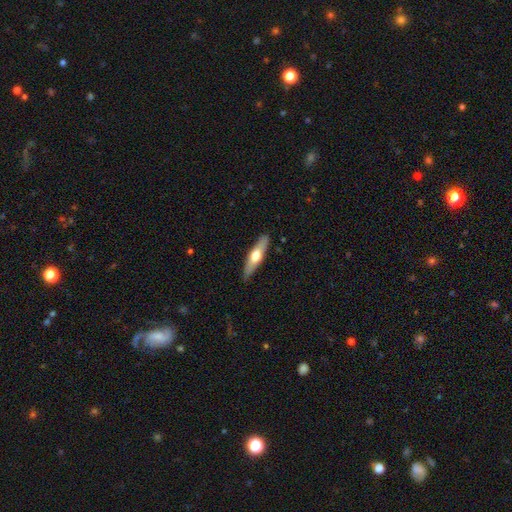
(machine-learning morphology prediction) smooth_or_featured: smooth (p=0.49) [alt: featured or disk p=0.45]
merging: none (p=0.87) [alt: minor disturbance p=0.10]